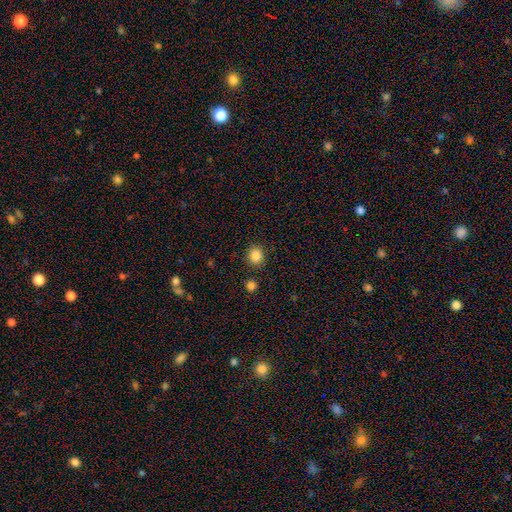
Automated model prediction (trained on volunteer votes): Smooth or featured?
  - smooth: 86% *
  - star or artifact: 10%
  - featured or disk: 3%
How rounded?
  - round: 83% *
  - in between: 16%
  - cigar-shaped: 1%
Merging?
  - none: 87% *
  - minor disturbance: 8%
  - merger: 3%
  - major disturbance: 3%